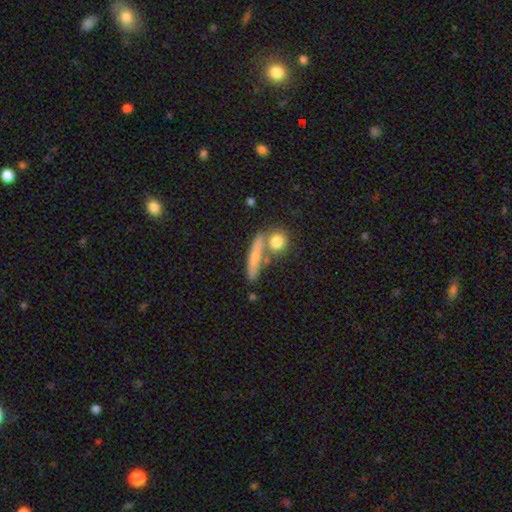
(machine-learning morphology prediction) This appears to be a smooth galaxy with no disk features (60%) that is cigar-shaped (75%). Merging: none (67%).